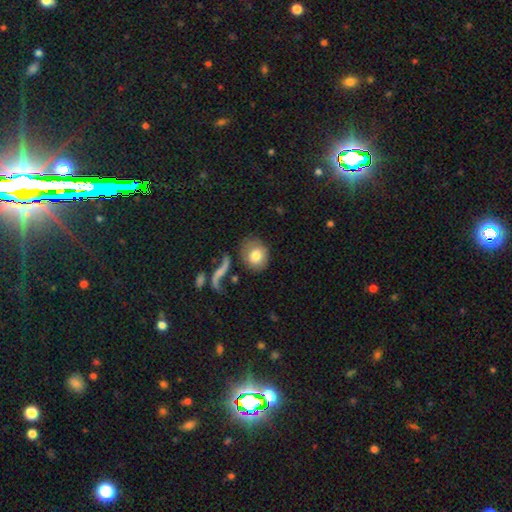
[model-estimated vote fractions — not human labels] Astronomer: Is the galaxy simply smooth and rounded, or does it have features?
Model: smooth — 76%.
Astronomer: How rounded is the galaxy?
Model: round — 70%.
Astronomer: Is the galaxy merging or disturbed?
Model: none — 65%.